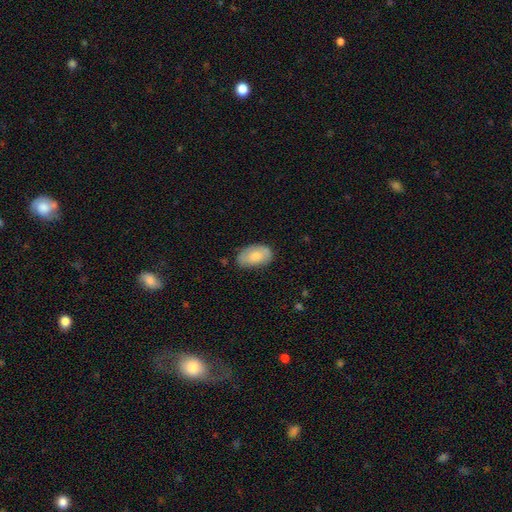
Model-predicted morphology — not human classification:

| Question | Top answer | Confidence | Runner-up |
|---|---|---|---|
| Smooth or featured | smooth | 75% | featured or disk (19%) |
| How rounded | in between | 94% | round (4%) |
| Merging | none | 72% | minor disturbance (21%) |